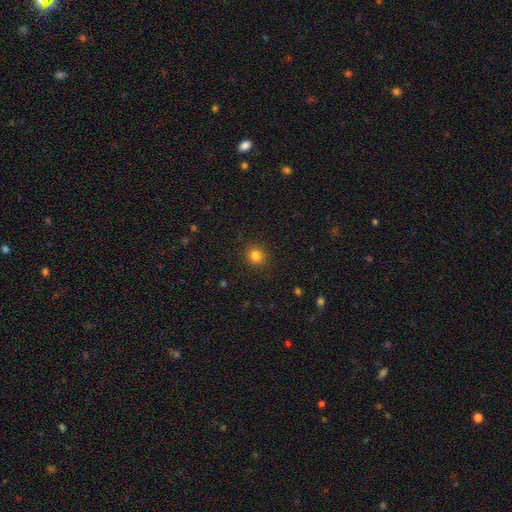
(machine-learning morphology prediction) Smooth or featured: smooth — 82% (star or artifact — 13%)
How rounded: round — 89% (in between — 10%)
Merging: none — 90% (minor disturbance — 6%)